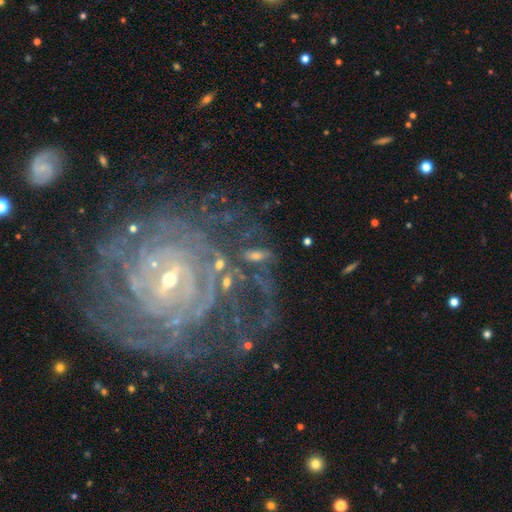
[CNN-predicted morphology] This is likely a featured or disk galaxy (74%). It is clearly not viewed edge-on (92%). Bar: marginally weak (35%). Spiral arm pattern: clearly yes (89%). Spiral arm count: marginally can't tell (31%). Spiral winding: possibly tight (59%). Central bulge: possibly small (53%). Merging: possibly none (55%).